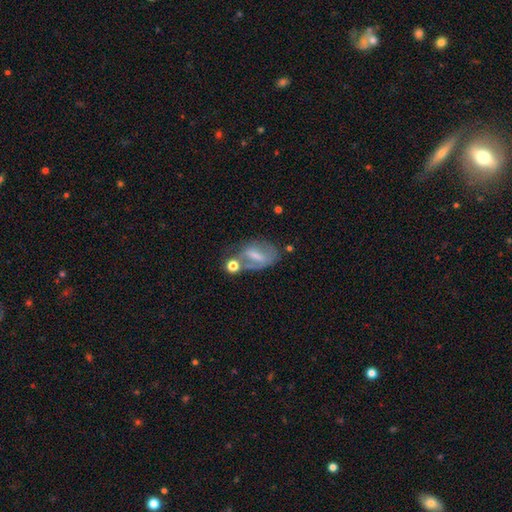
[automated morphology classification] This is possibly a featured or disk galaxy (48%). Merging: marginally none (35%).